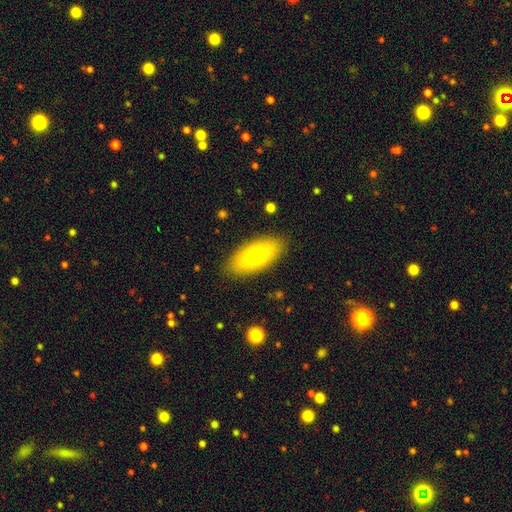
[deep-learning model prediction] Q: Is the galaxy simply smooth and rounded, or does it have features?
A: smooth — 65%.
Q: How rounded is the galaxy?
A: in between — 88%.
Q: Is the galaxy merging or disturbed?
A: none — 76%.